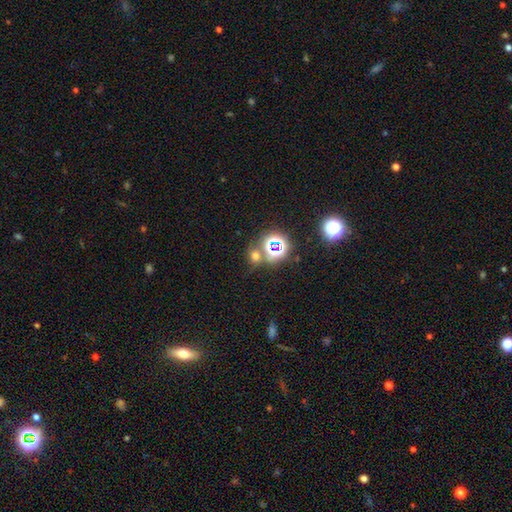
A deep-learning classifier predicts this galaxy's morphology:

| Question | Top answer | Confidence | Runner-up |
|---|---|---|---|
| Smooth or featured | smooth | 50% | star or artifact (41%) |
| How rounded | round | 67% | in between (31%) |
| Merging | none | 63% | merger (20%) |